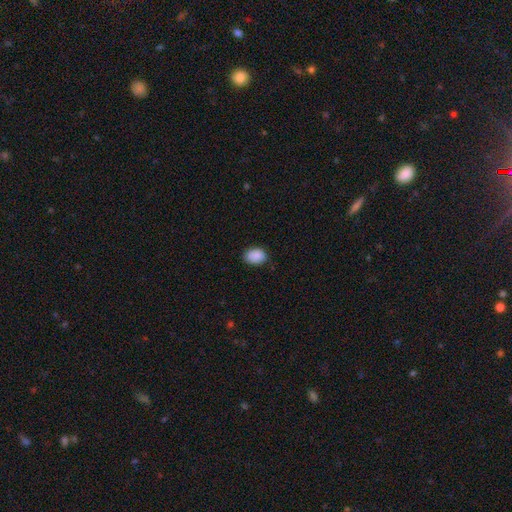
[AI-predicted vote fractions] Smooth or featured: smooth — 89% (star or artifact — 7%)
How rounded: in between — 75% (round — 24%)
Merging: none — 80% (minor disturbance — 17%)